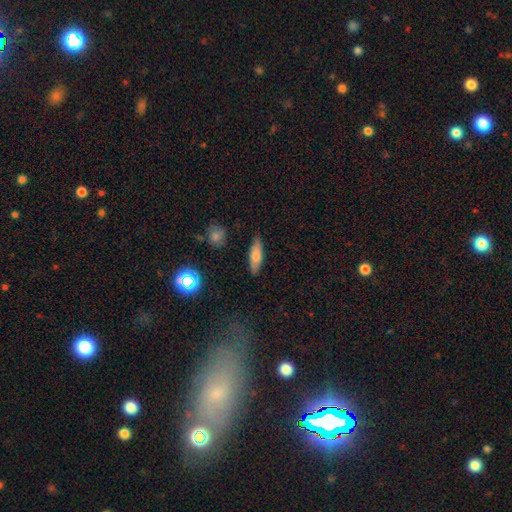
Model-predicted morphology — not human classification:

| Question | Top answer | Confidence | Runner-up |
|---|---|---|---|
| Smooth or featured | smooth | 71% | featured or disk (20%) |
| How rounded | in between | 50% | cigar-shaped (48%) |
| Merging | none | 85% | minor disturbance (11%) |